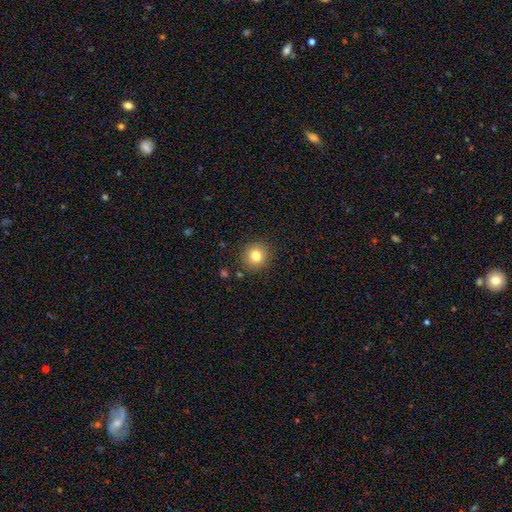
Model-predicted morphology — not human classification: smooth 80%, star or artifact 12%, featured or disk 8%. Down the decision tree: how rounded — round (92%); merging — none (90%).